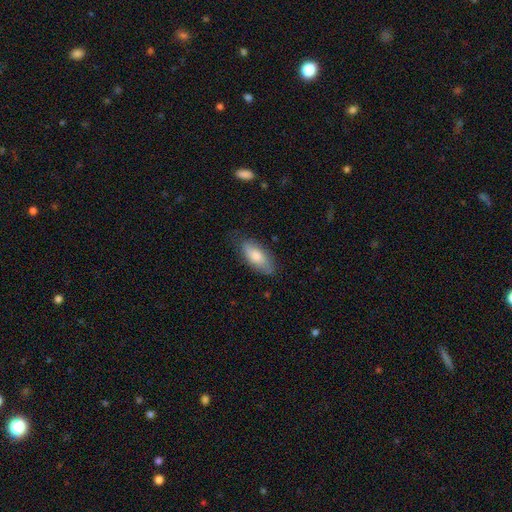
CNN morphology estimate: Q: Smooth or featured?
A: smooth (76%); runner-up: featured or disk (18%)
Q: How rounded?
A: in between (84%); runner-up: cigar-shaped (14%)
Q: Merging?
A: none (75%); runner-up: minor disturbance (20%)